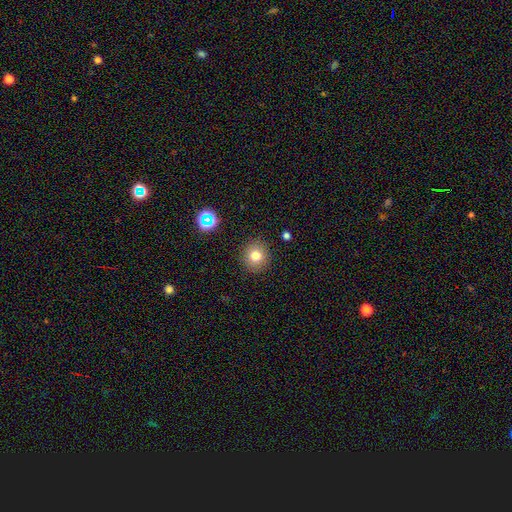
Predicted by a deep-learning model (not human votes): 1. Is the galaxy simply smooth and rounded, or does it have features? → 78% smooth, 13% star or artifact, 9% featured or disk.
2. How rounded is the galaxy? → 90% round, 9% in between, 1% cigar-shaped.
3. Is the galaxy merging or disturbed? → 89% none, 7% minor disturbance, 2% major disturbance, 1% merger.